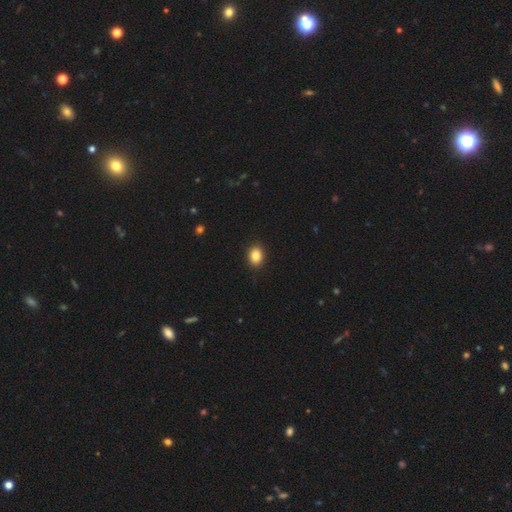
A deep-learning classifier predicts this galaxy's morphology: Smooth or featured? Predicted: smooth (p=0.87). How rounded? Predicted: in between (p=0.56). Merging? Predicted: none (p=0.91).